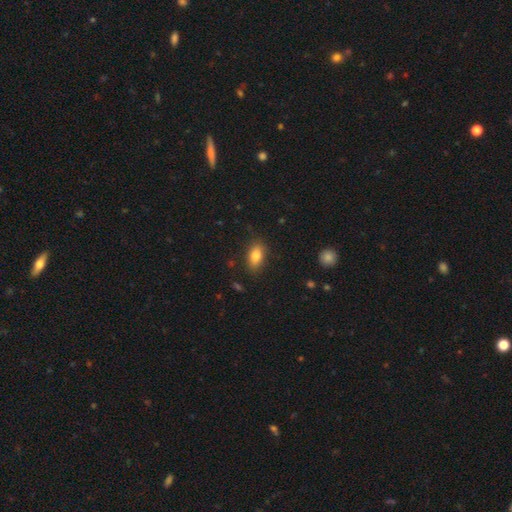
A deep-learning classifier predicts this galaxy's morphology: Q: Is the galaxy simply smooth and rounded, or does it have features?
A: smooth — 83%.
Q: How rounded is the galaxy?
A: in between — 87%.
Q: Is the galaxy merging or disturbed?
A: none — 81%.